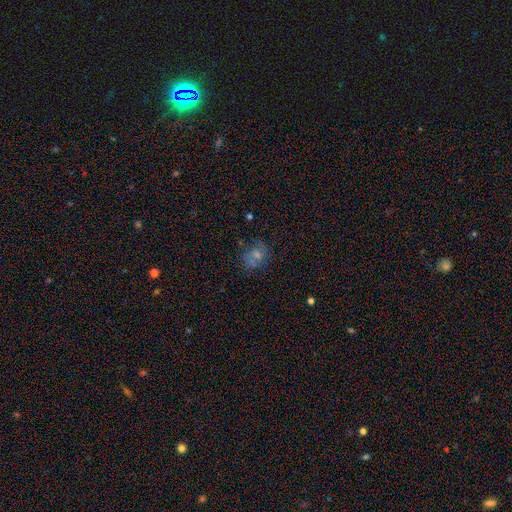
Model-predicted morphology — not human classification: The model was most divided on "how rounded": round: 52%, in between: 47%, cigar-shaped: 1%. More confident: smooth or featured — smooth (58%); merging — none (55%).